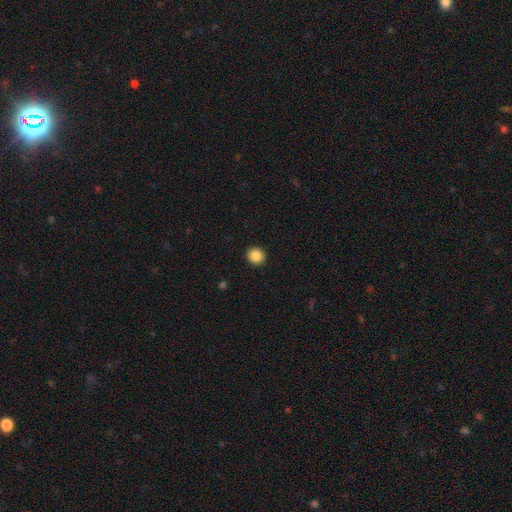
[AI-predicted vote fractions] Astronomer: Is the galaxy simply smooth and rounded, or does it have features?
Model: smooth — 87%.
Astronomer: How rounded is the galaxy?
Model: round — 90%.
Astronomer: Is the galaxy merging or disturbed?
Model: none — 93%.